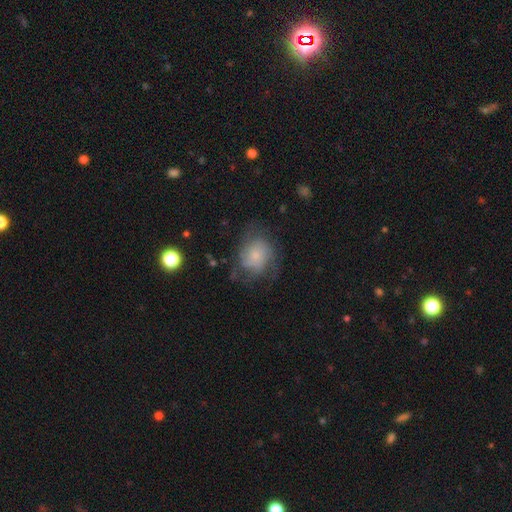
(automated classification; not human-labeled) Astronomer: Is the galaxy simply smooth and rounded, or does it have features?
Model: featured or disk — 46% (runner-up: smooth, 45%).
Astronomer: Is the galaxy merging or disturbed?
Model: none — 54%.